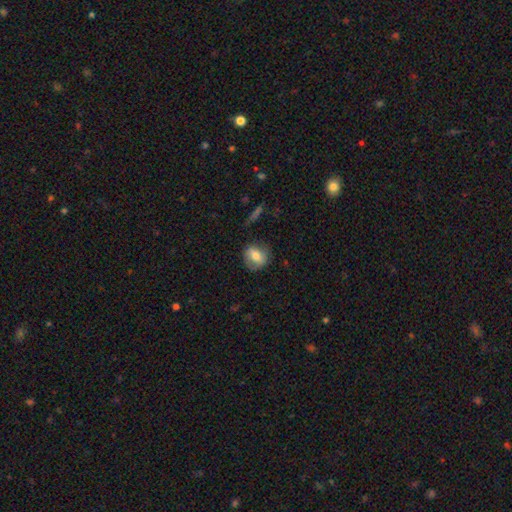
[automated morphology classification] A smooth galaxy with no disk features (65%) that is round (67%).

Vote fractions:
- Smooth or featured? smooth: 65% / featured or disk: 28% / star or artifact: 8%
- How rounded? round: 67% / in between: 31% / cigar-shaped: 2%
- Merging? none: 73% / minor disturbance: 19% / major disturbance: 7% / merger: 2%